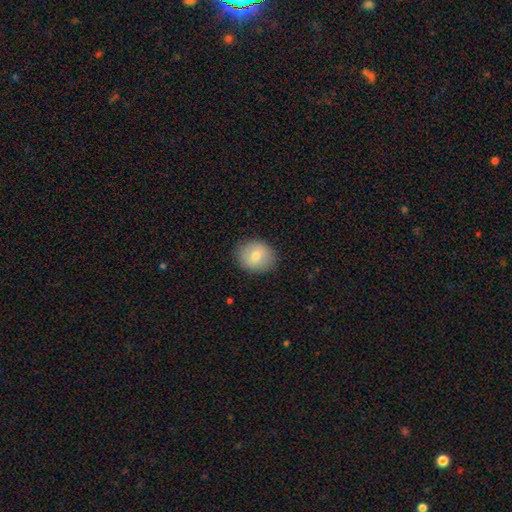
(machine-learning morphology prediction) smooth_or_featured: smooth (p=0.76) [alt: featured or disk p=0.16]
how_rounded: round (p=0.65) [alt: in between p=0.34]
merging: none (p=0.86) [alt: minor disturbance p=0.10]